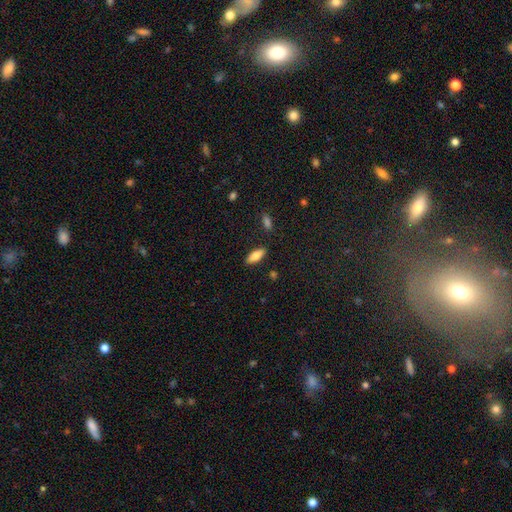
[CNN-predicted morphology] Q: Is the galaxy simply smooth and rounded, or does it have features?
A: smooth — 76%.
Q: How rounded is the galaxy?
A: in between — 75%.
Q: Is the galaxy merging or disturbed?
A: none — 87%.